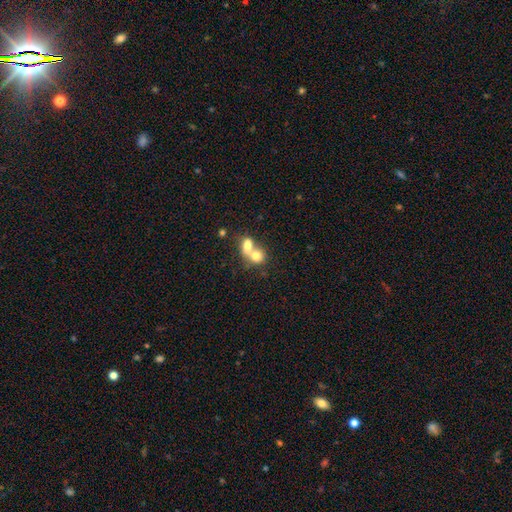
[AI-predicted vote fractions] Smooth or featured? Predicted: smooth (p=0.73). How rounded? Predicted: round (p=0.56). Merging? Predicted: merger (p=0.75).